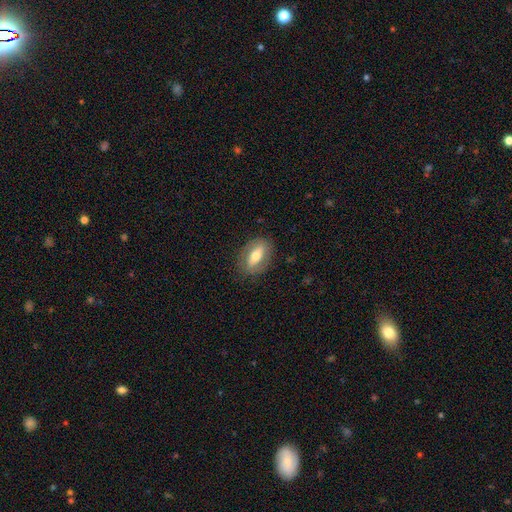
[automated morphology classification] This appears to be a smooth galaxy with no disk features (57%) that is in between round and cigar-shaped (84%). Merging: none (82%).